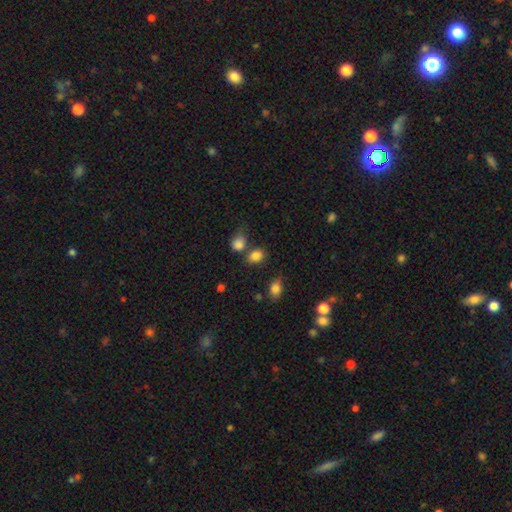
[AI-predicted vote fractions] The model was most divided on "how rounded": in between: 59%, round: 40%, cigar-shaped: 1%. More confident: smooth or featured — smooth (83%); merging — none (62%).